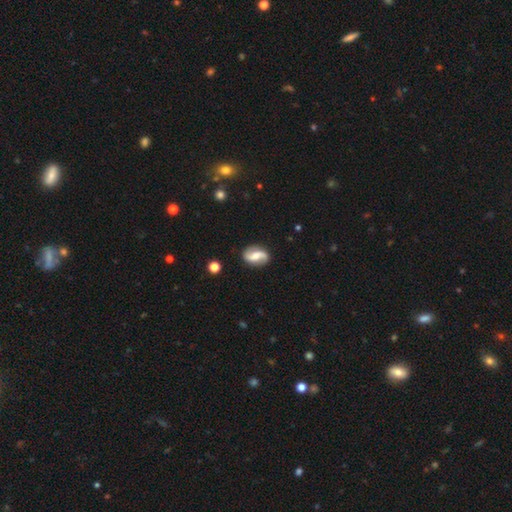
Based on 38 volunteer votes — Morphology: type=featured or disk (76%); edge-on=no (97%); bar=no (68%); spiral arms=yes (100%); winding=loose (54%); arm count=2 (96%); bulge=small (43%); merging=none (86%).